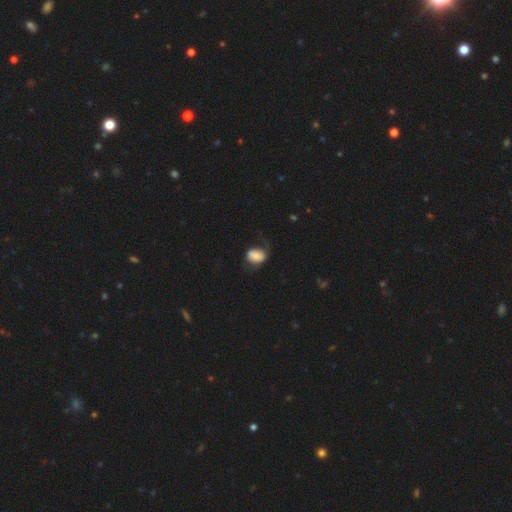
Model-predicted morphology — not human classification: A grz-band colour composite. It shows a smooth galaxy with no disk features (72%) that is in between round and cigar-shaped (72%). Merging: none (43%).